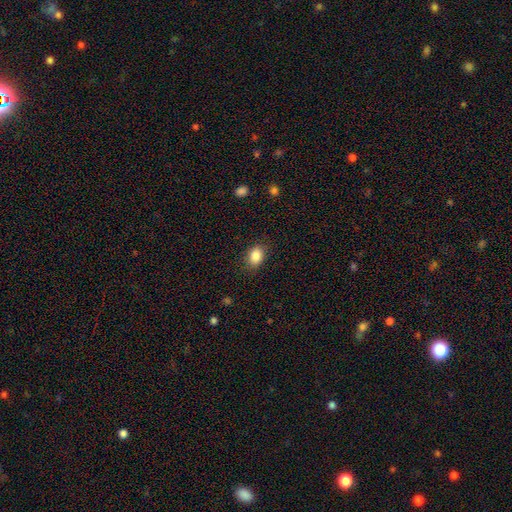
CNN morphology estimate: This is clearly a smooth galaxy (87%). How rounded: likely in between (75%). Merging: clearly none (85%).